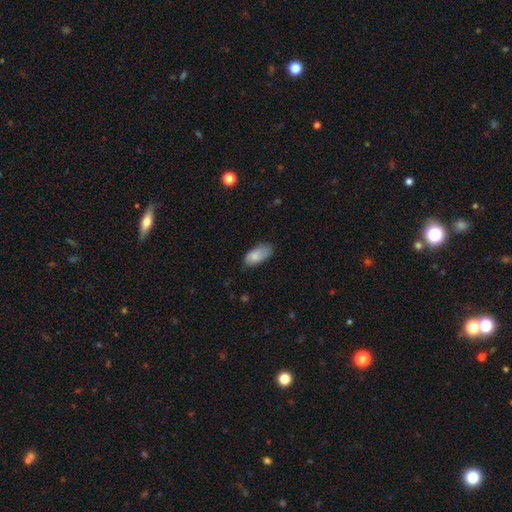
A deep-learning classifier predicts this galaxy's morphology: Smooth or featured: smooth — 84% (featured or disk — 10%)
How rounded: in between — 91% (cigar-shaped — 7%)
Merging: none — 69% (minor disturbance — 25%)